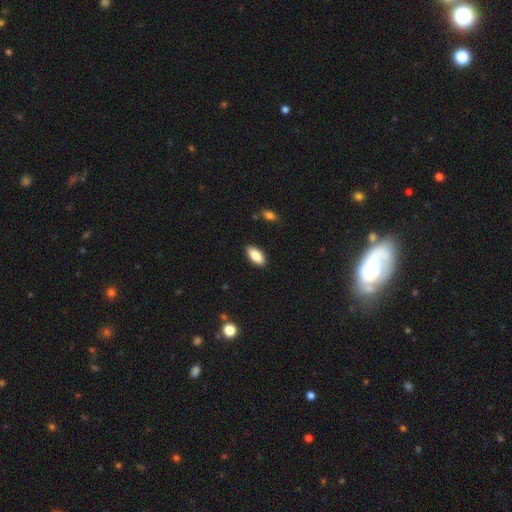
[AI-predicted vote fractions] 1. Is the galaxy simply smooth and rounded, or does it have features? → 86% smooth, 8% featured or disk, 7% star or artifact.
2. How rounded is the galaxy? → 90% in between, 8% cigar-shaped, 2% round.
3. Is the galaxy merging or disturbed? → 89% none, 8% minor disturbance, 2% major disturbance, 1% merger.